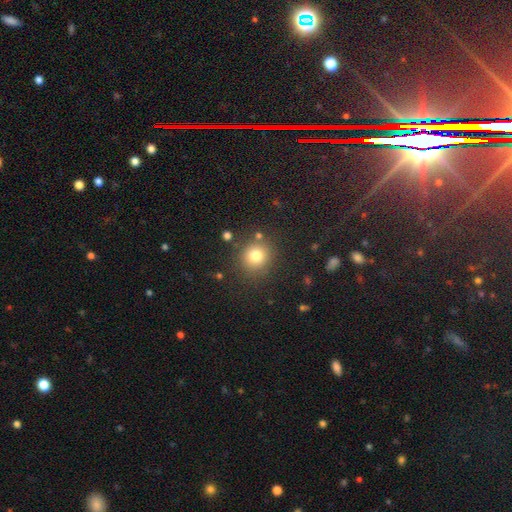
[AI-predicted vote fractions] smooth 78%, star or artifact 14%, featured or disk 8%. Down the decision tree: how rounded — round (89%); merging — none (83%).